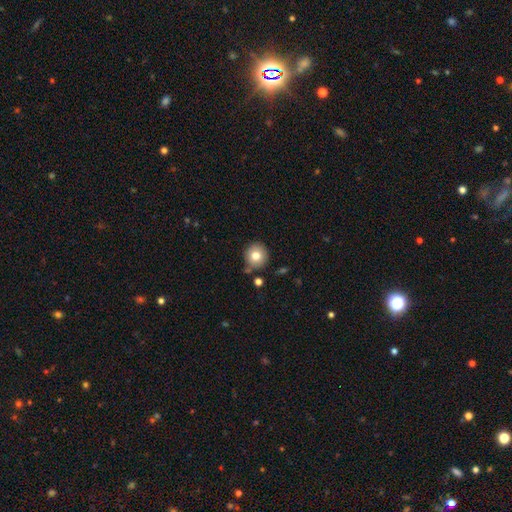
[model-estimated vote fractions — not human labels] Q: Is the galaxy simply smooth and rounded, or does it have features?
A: smooth — 78%.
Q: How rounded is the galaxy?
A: round — 92%.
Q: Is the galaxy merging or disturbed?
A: none — 81%.